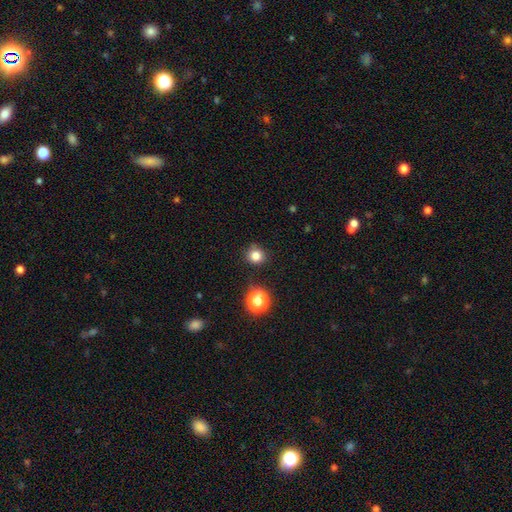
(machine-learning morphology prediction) Smooth or featured? Predicted: smooth (p=0.81). How rounded? Predicted: round (p=0.88). Merging? Predicted: none (p=0.84).